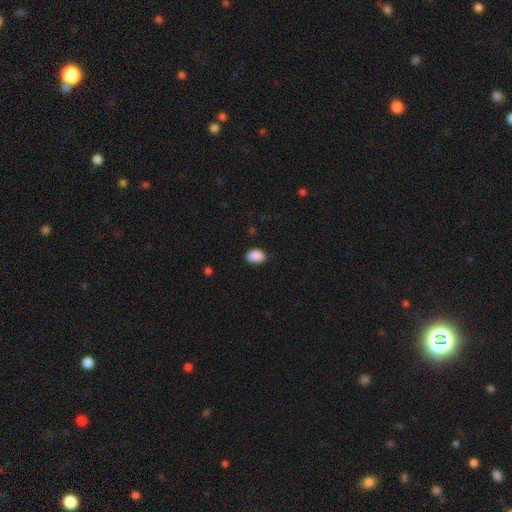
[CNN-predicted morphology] smooth_or_featured: smooth (p=0.89) [alt: star or artifact p=0.08]
how_rounded: in between (p=0.82) [alt: round p=0.17]
merging: none (p=0.79) [alt: minor disturbance p=0.16]